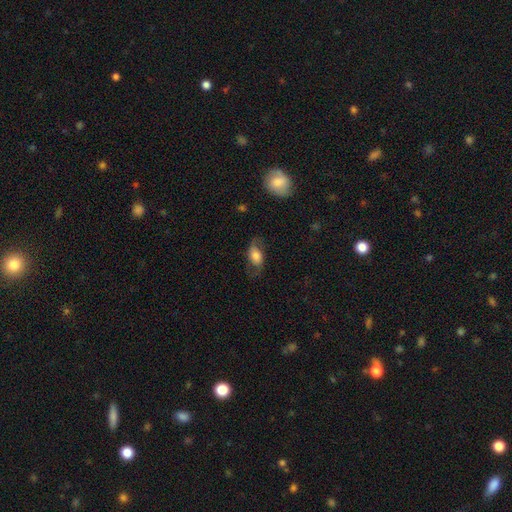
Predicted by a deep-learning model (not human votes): Smooth or featured?
  - smooth: 50% *
  - featured or disk: 42%
  - star or artifact: 8%
How rounded?
  - in between: 85% *
  - round: 11%
  - cigar-shaped: 4%
Merging?
  - none: 62% *
  - minor disturbance: 22%
  - major disturbance: 15%
  - merger: 2%